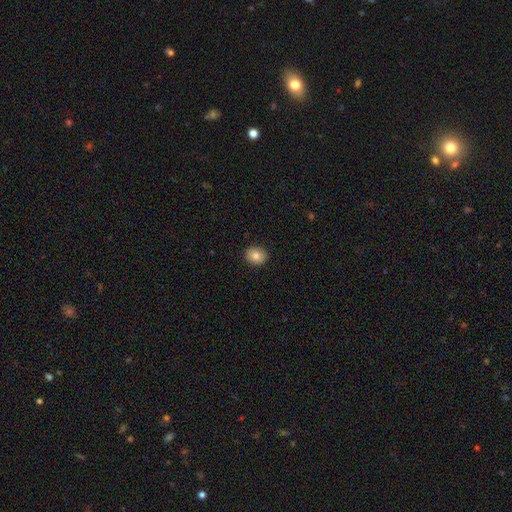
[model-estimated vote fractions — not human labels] smooth-or-featured: smooth: 82% | star or artifact: 9% | featured or disk: 9%
  how-rounded: round: 61% | in between: 38% | cigar-shaped: 1%
  merging: none: 90% | minor disturbance: 7% | major disturbance: 2% | merger: 1%